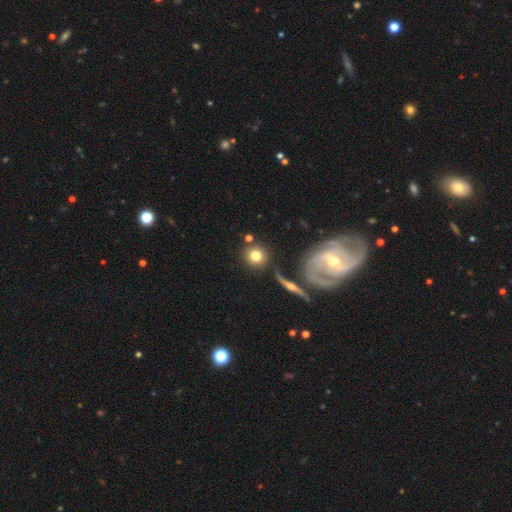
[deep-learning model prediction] This is likely a smooth galaxy (76%). How rounded: clearly round (91%). Merging: clearly none (81%).